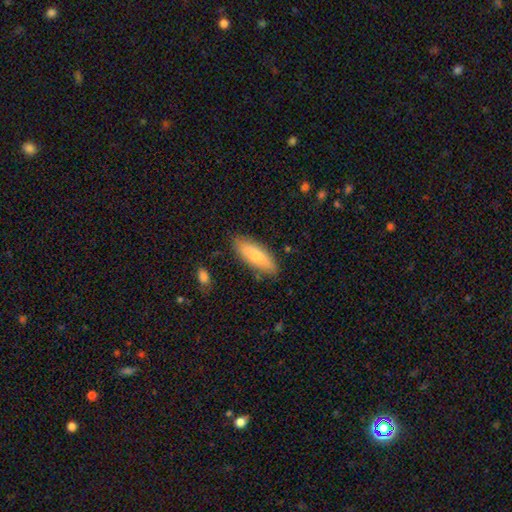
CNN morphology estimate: Smooth or featured? Predicted: smooth (p=0.69). How rounded? Predicted: in between (p=0.63). Merging? Predicted: none (p=0.82).